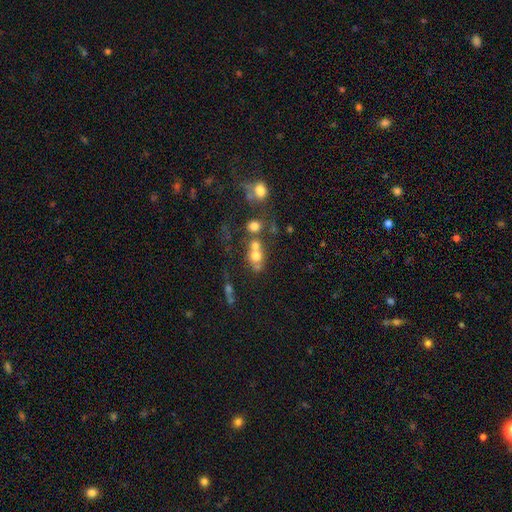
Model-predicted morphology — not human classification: Overall: smooth (63%). How rounded: round (70%). Merging: merger (50%; none 33%).